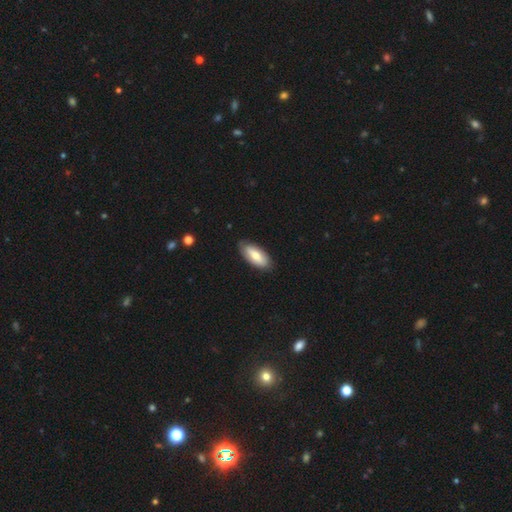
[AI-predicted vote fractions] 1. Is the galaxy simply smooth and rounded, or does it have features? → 66% smooth, 28% featured or disk, 5% star or artifact.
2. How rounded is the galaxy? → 88% in between, 10% cigar-shaped, 2% round.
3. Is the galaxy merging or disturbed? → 83% none, 14% minor disturbance, 3% major disturbance, 1% merger.